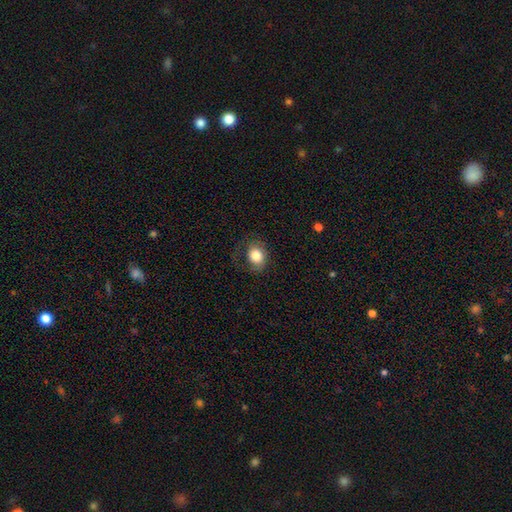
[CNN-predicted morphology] Smooth or featured? smooth (78%)
How rounded? round (54%)
Merging? none (65%)